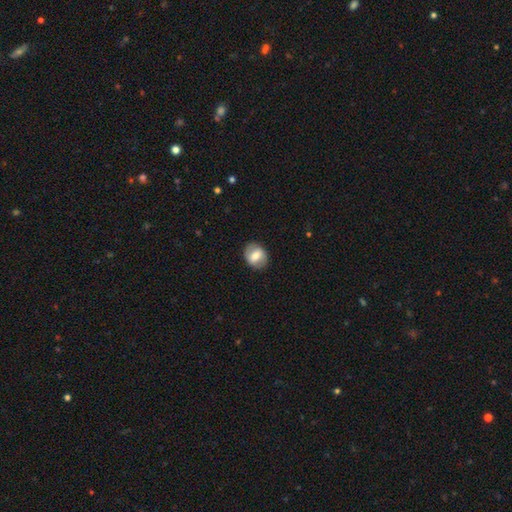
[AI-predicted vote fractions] This is possibly a smooth galaxy (60%). How rounded: possibly round (55%). Merging: clearly none (85%).